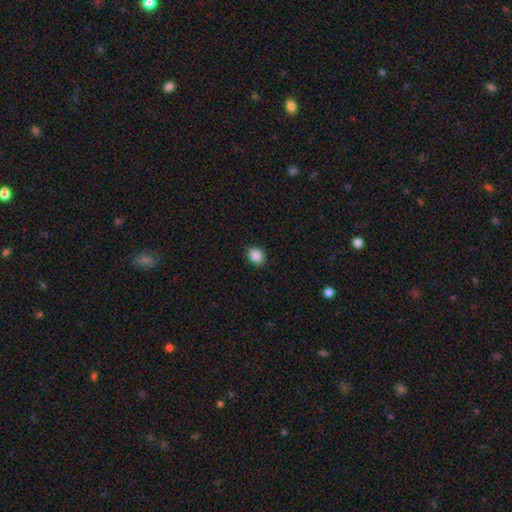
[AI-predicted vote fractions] Smooth or featured: smooth — 87% (star or artifact — 9%)
How rounded: in between — 56% (round — 43%)
Merging: none — 86% (minor disturbance — 11%)